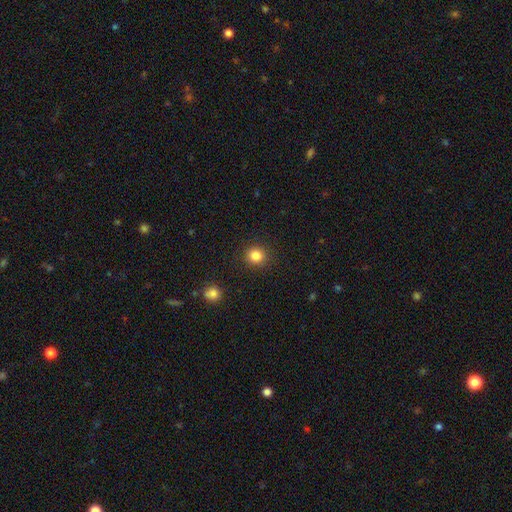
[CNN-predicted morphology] Smooth or featured?
  - smooth: 84% *
  - star or artifact: 11%
  - featured or disk: 5%
How rounded?
  - round: 88% *
  - in between: 12%
  - cigar-shaped: 1%
Merging?
  - none: 91% *
  - minor disturbance: 6%
  - major disturbance: 2%
  - merger: 1%